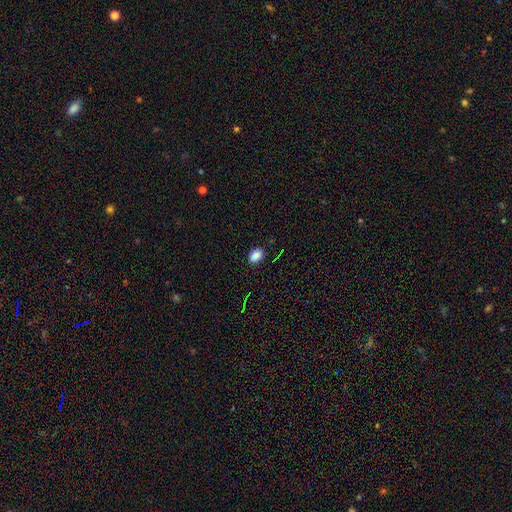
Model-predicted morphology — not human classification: The model was most divided on "how rounded": in between: 74%, round: 25%, cigar-shaped: 1%. More confident: merging — none (85%); smooth or featured — smooth (84%).